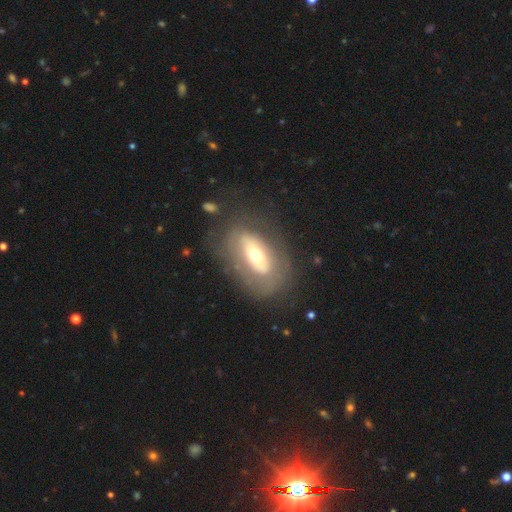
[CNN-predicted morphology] Q: Smooth or featured?
A: featured or disk (60%); runner-up: smooth (33%)
Q: Edge-on disk?
A: no (87%); runner-up: yes (13%)
Q: Bar?
A: no (53%); runner-up: weak (24%)
Q: Spiral arms?
A: no (68%); runner-up: yes (32%)
Q: Bulge size?
A: moderate (60%); runner-up: small (27%)
Q: Merging?
A: none (67%); runner-up: minor disturbance (18%)